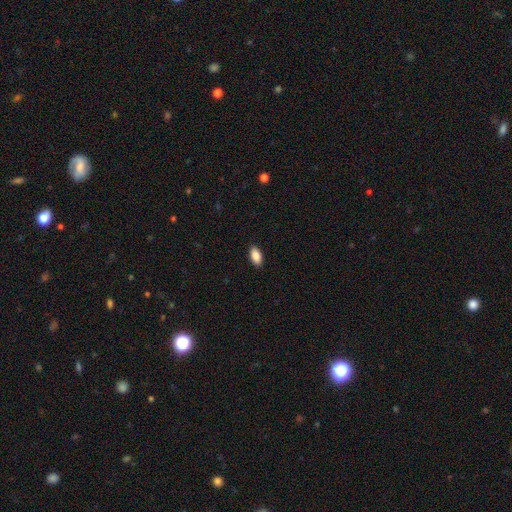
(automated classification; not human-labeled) A smooth galaxy with no disk features (87%) that is in between round and cigar-shaped (92%). Merging: none (90%).